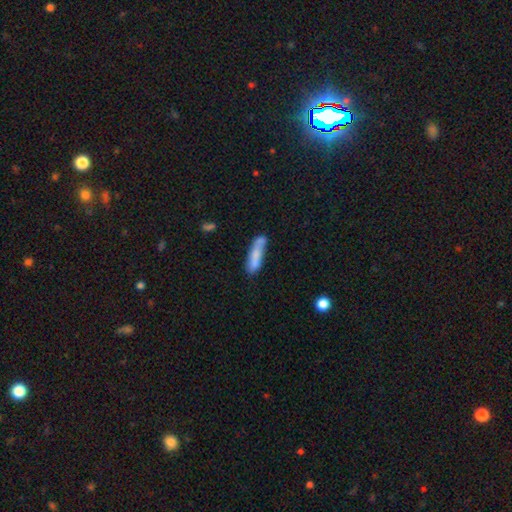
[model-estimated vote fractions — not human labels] Overall: smooth (71%). How rounded: cigar-shaped (74%). Merging: none (54%; minor disturbance 25%).